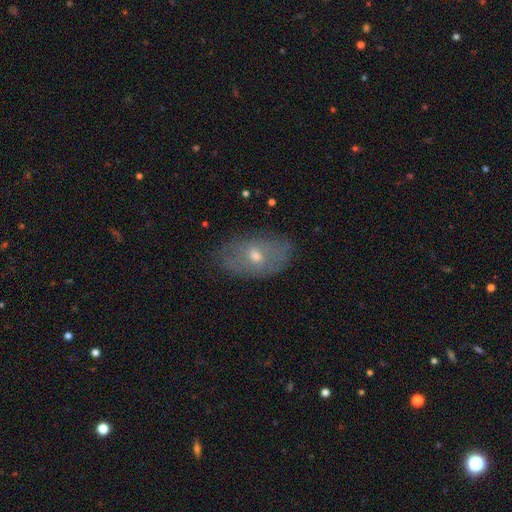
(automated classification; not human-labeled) Smooth or featured? Predicted: smooth (p=0.52). How rounded? Predicted: in between (p=0.90). Merging? Predicted: none (p=0.74).